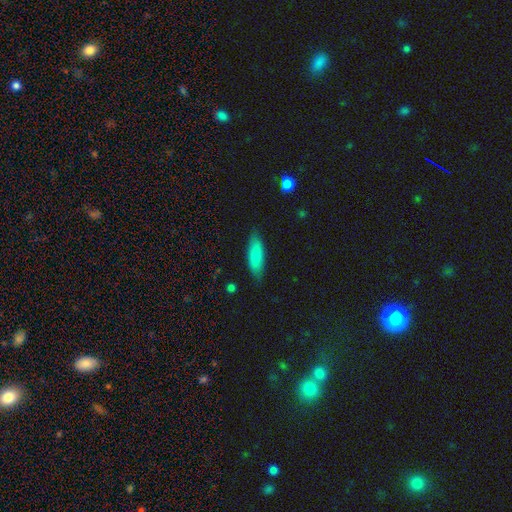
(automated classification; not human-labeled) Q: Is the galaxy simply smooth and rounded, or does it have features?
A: smooth — 80%.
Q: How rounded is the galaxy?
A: in between — 51%.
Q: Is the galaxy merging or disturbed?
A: none — 83%.